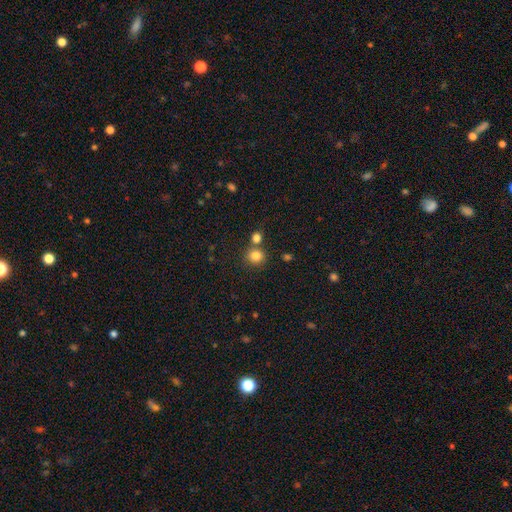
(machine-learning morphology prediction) Smooth or featured? Predicted: smooth (p=0.82). How rounded? Predicted: round (p=0.86). Merging? Predicted: none (p=0.70).